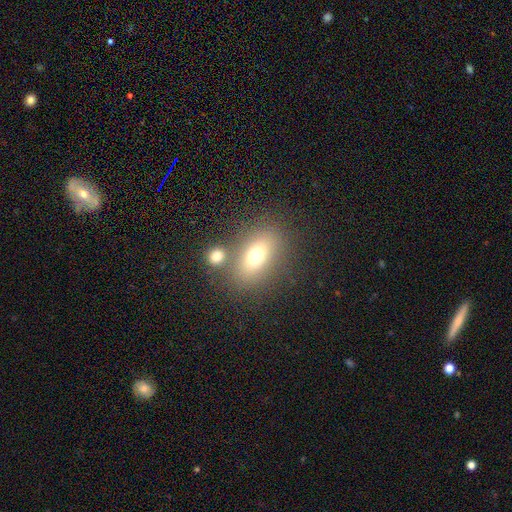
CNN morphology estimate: Smooth or featured? Predicted: smooth (p=0.71). How rounded? Predicted: in between (p=0.80). Merging? Predicted: none (p=0.66).